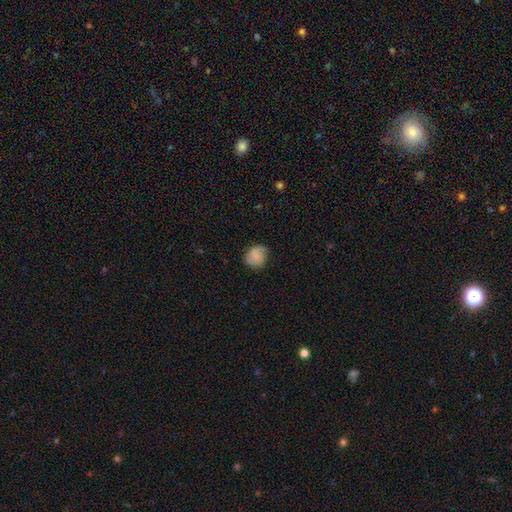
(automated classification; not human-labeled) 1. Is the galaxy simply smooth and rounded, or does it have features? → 65% smooth, 26% featured or disk, 8% star or artifact.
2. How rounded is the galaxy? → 73% round, 26% in between, 1% cigar-shaped.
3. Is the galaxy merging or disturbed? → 63% none, 27% minor disturbance, 9% major disturbance, 1% merger.